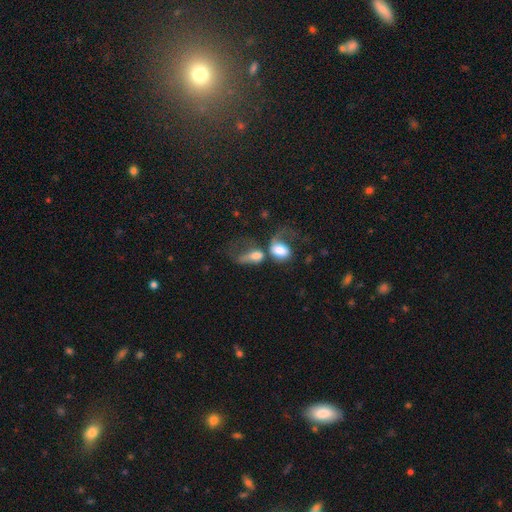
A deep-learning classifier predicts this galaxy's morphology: This appears to be a smooth galaxy with no disk features (59%) that is in between round and cigar-shaped (74%). Merging: merger (64%).